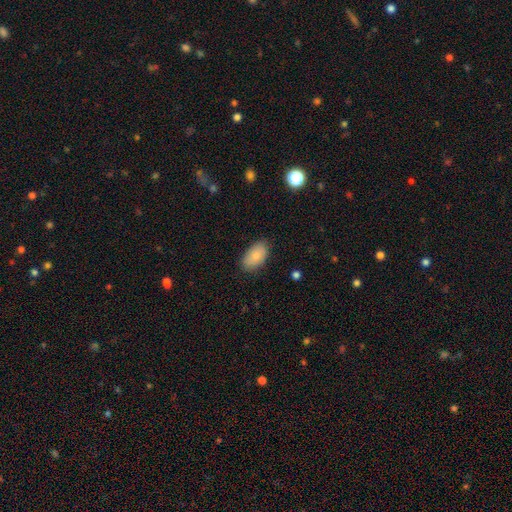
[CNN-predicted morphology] A smooth galaxy with no disk features (85%) that is in between round and cigar-shaped (94%).

Vote fractions:
- Smooth or featured? smooth: 85% / featured or disk: 8% / star or artifact: 7%
- How rounded? in between: 94% / round: 4% / cigar-shaped: 2%
- Merging? none: 84% / minor disturbance: 12% / major disturbance: 3% / merger: 1%